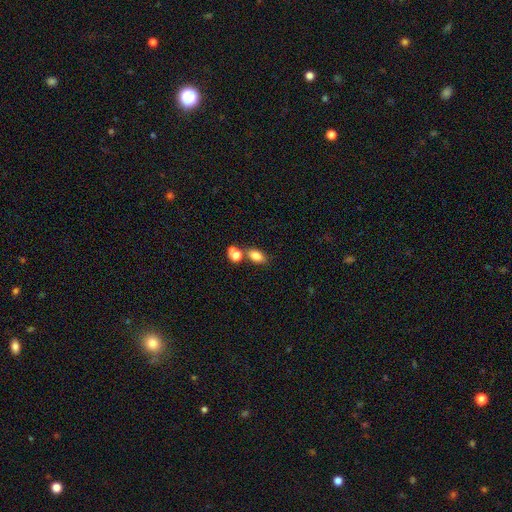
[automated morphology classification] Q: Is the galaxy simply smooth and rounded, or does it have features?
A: smooth — 81%.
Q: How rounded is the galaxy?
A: in between — 83%.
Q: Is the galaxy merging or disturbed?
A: none — 56%.